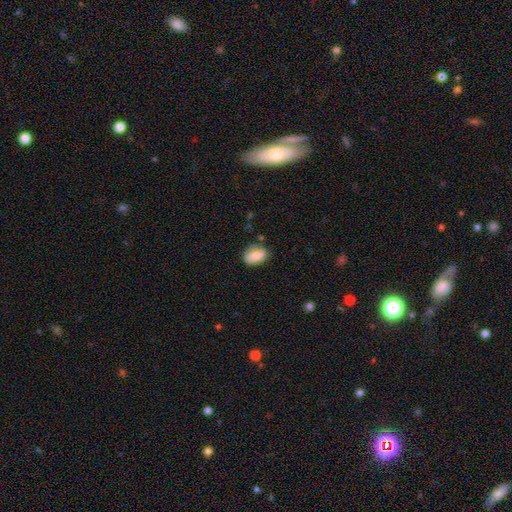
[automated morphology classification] The model was most divided on "merging": none: 69%, minor disturbance: 22%, major disturbance: 5%, merger: 3%. More confident: smooth or featured — smooth (83%); how rounded — in between (77%).